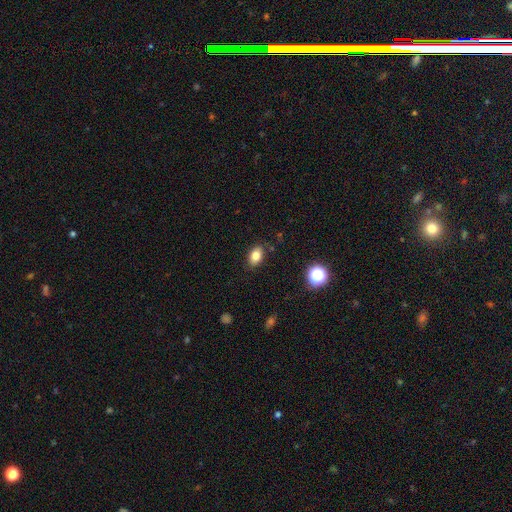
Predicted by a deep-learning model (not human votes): smooth 81%, star or artifact 10%, featured or disk 8%. Down the decision tree: how rounded — in between (85%); merging — none (85%).